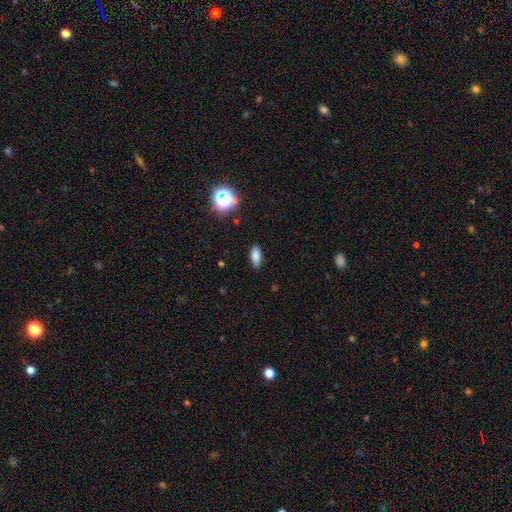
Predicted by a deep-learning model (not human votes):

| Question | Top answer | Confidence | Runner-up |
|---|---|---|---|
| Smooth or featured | smooth | 82% | star or artifact (11%) |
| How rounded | in between | 84% | cigar-shaped (12%) |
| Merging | none | 86% | minor disturbance (11%) |